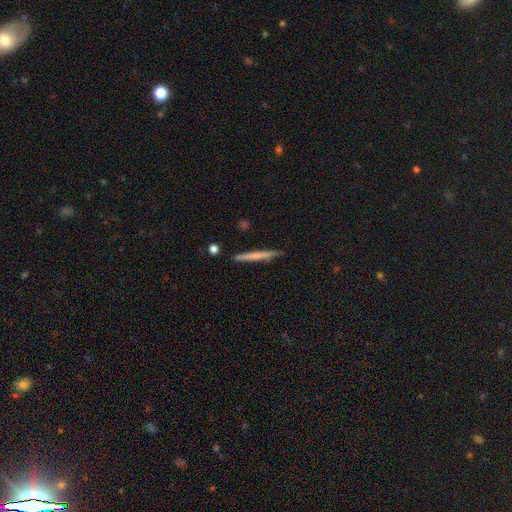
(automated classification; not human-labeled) The model was most divided on "smooth or featured": smooth: 57%, featured or disk: 37%, star or artifact: 6%. More confident: how rounded — cigar-shaped (96%); merging — none (87%).